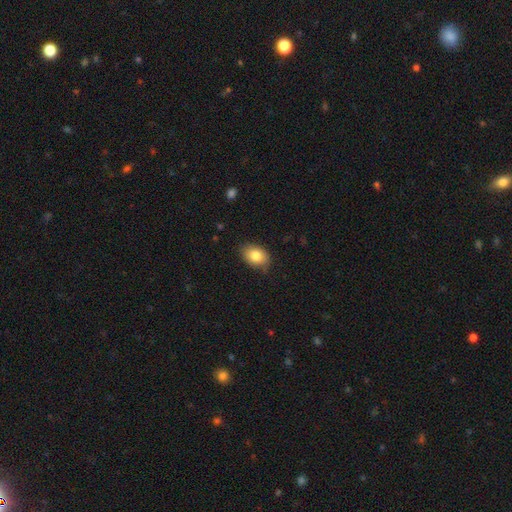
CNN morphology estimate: The model was most divided on "how rounded": in between: 80%, round: 19%, cigar-shaped: 1%. More confident: smooth or featured — smooth (82%); merging — none (80%).